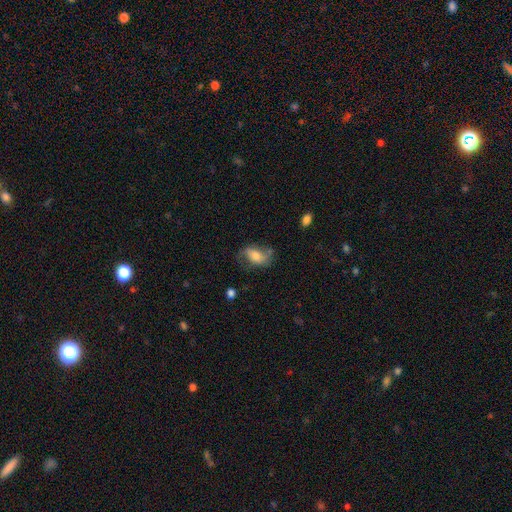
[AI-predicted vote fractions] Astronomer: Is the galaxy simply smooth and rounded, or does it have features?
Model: smooth — 47% (runner-up: featured or disk, 44%).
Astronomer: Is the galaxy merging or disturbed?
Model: none — 54%.